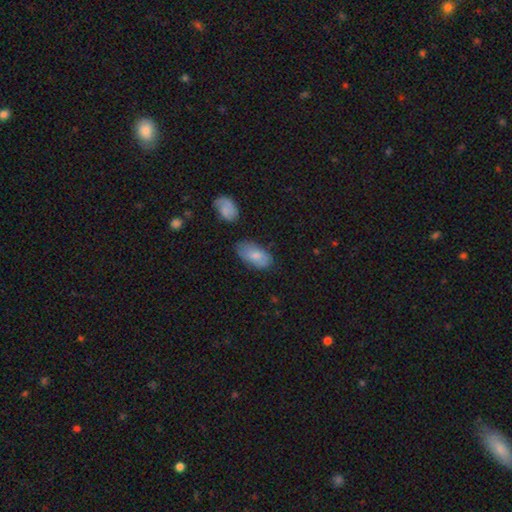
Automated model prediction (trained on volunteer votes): The model was most divided on "merging": none: 65%, minor disturbance: 25%, major disturbance: 6%, merger: 4%. More confident: how rounded — in between (93%); smooth or featured — smooth (76%).